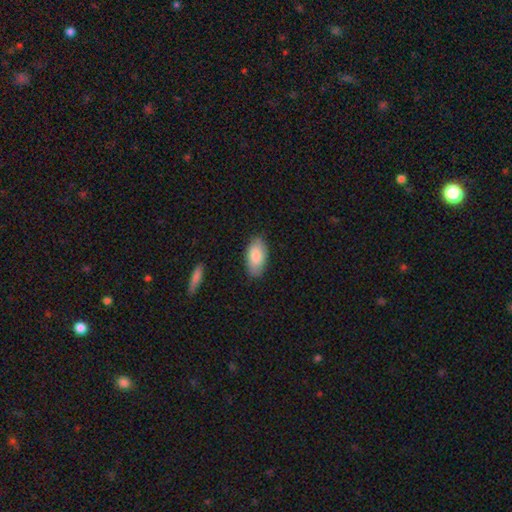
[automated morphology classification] This is clearly a smooth galaxy (85%). How rounded: clearly in between (93%). Merging: clearly none (85%).